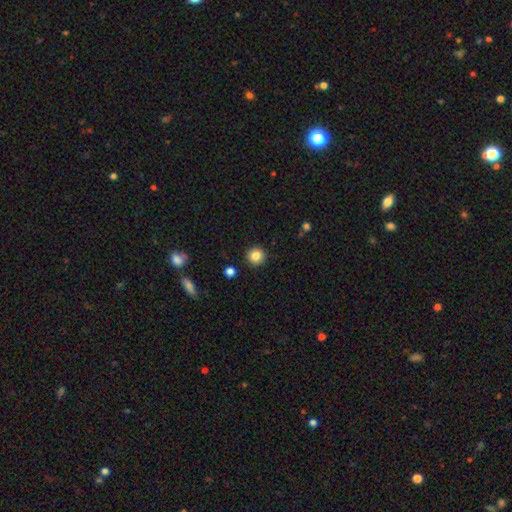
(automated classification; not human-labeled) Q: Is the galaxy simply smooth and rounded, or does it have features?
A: smooth — 84%.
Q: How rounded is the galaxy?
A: round — 93%.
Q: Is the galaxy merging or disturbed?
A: none — 92%.